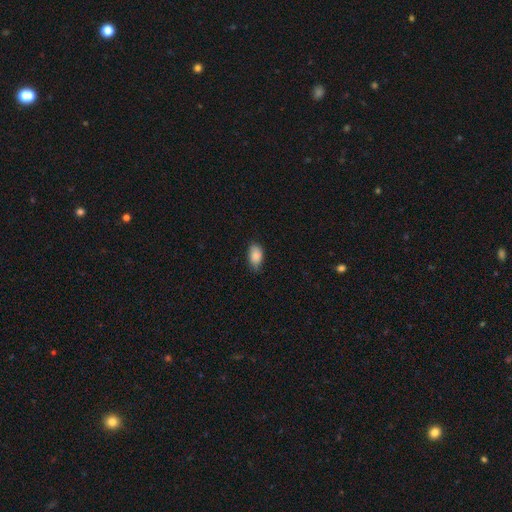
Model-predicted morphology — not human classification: Smooth or featured?
  - smooth: 86% *
  - star or artifact: 7%
  - featured or disk: 7%
How rounded?
  - in between: 91% *
  - round: 6%
  - cigar-shaped: 3%
Merging?
  - none: 70% *
  - minor disturbance: 25%
  - major disturbance: 4%
  - merger: 1%